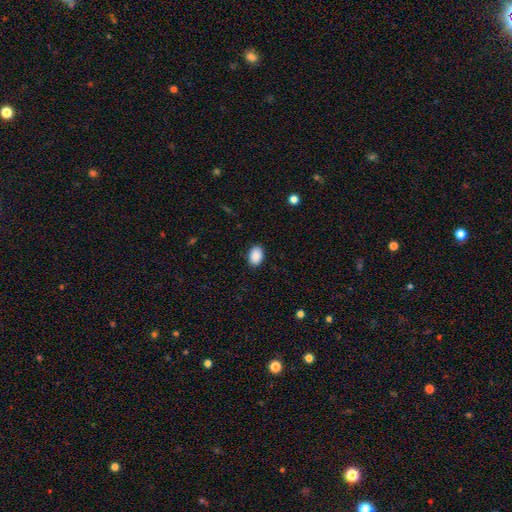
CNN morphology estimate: smooth_or_featured: smooth (p=0.90) [alt: star or artifact p=0.07]
how_rounded: in between (p=0.85) [alt: round p=0.14]
merging: none (p=0.89) [alt: minor disturbance p=0.08]